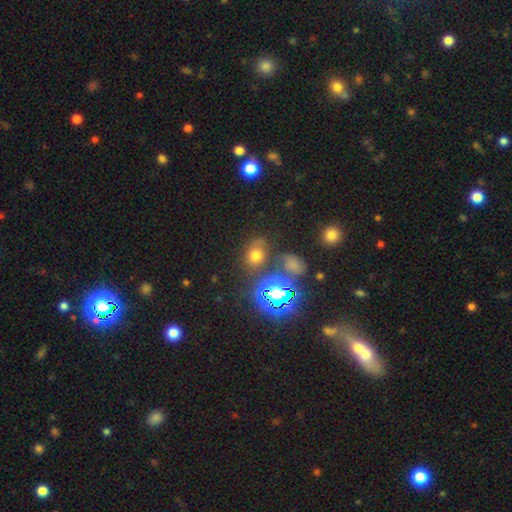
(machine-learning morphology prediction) Smooth or featured? Predicted: smooth (p=0.58). How rounded? Predicted: round (p=0.53). Merging? Predicted: none (p=0.63).